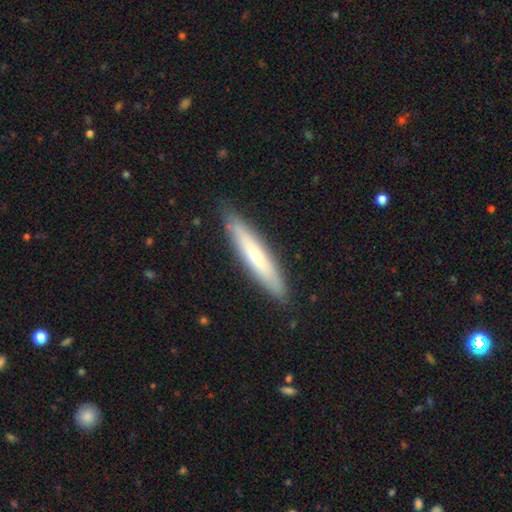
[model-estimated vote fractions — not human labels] smooth 58%, featured or disk 37%, star or artifact 6%. Down the decision tree: how rounded — cigar-shaped (88%); merging — none (86%).